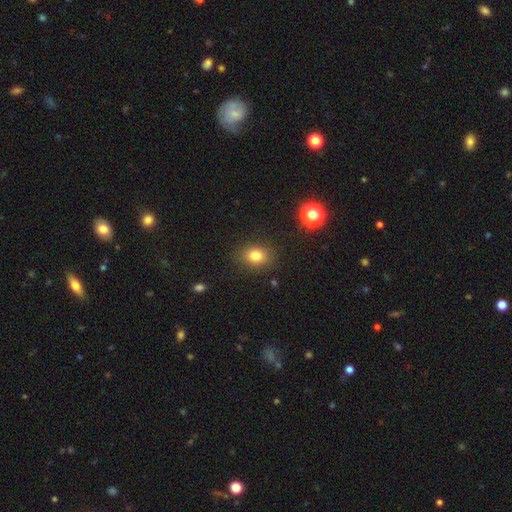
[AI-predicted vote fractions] Smooth or featured? smooth (80%)
How rounded? in between (52%)
Merging? none (86%)